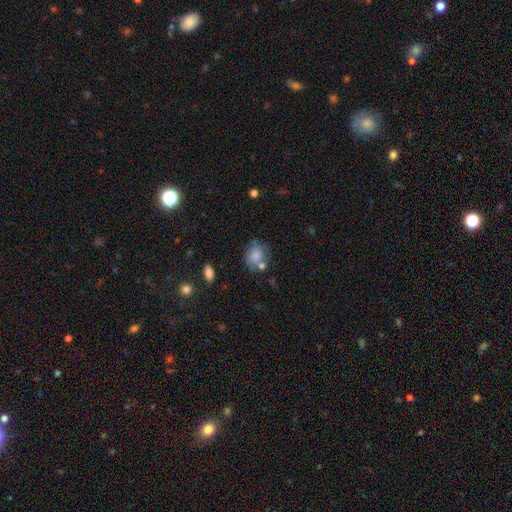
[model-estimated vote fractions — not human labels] Morphology: type=smooth (67%); roundness=round (52%); merging=none (47%).